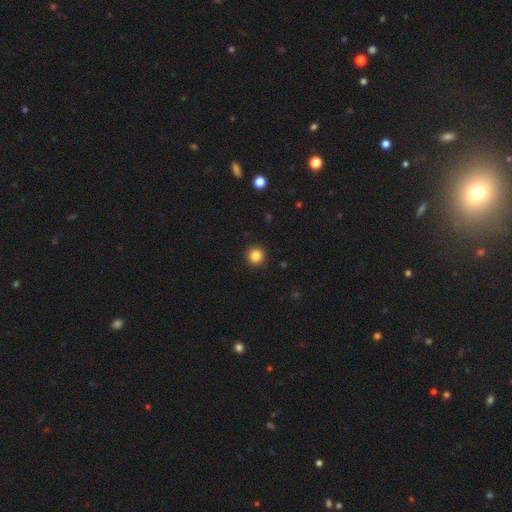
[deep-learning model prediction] Smooth or featured? Predicted: smooth (p=0.85). How rounded? Predicted: round (p=0.95). Merging? Predicted: none (p=0.92).